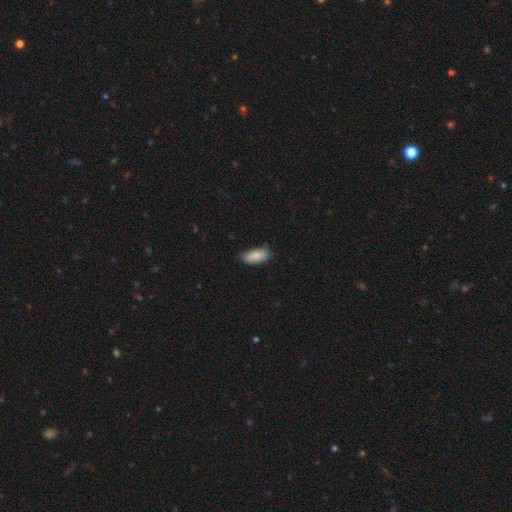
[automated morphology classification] This is clearly a smooth galaxy (86%). How rounded: clearly in between (91%). Merging: likely none (76%).